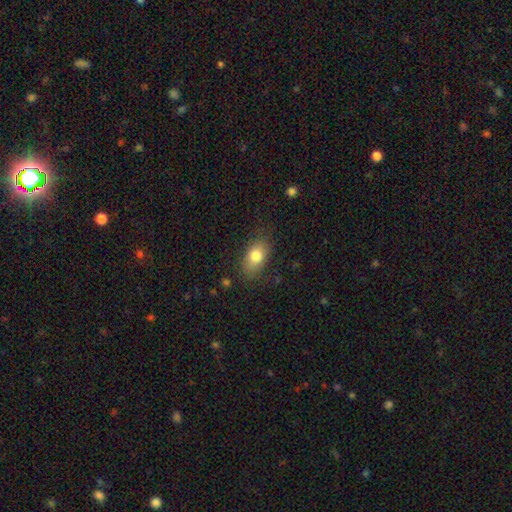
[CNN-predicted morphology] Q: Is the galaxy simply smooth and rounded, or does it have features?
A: smooth — 79%.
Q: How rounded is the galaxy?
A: in between — 84%.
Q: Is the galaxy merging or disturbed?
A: none — 80%.